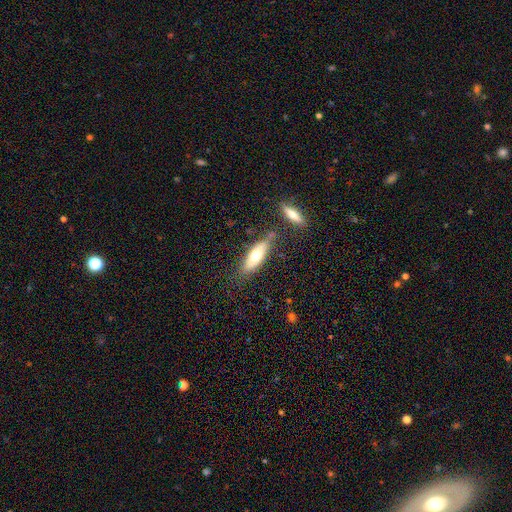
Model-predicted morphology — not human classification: Q: Smooth or featured?
A: smooth (63%); runner-up: featured or disk (30%)
Q: How rounded?
A: in between (62%); runner-up: cigar-shaped (36%)
Q: Merging?
A: none (70%); runner-up: minor disturbance (16%)